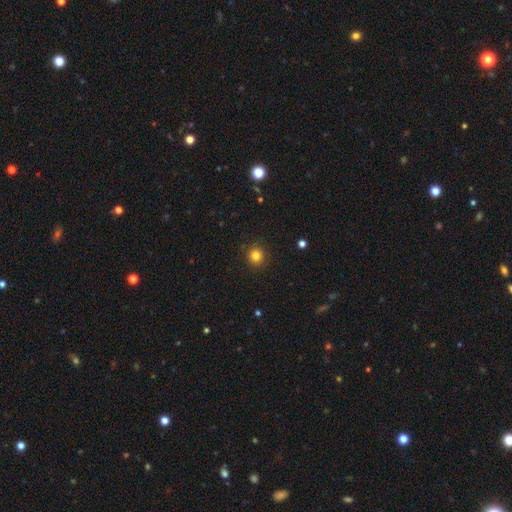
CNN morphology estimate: This appears to be a smooth galaxy with no disk features (82%) that is round (93%). Merging: none (91%).